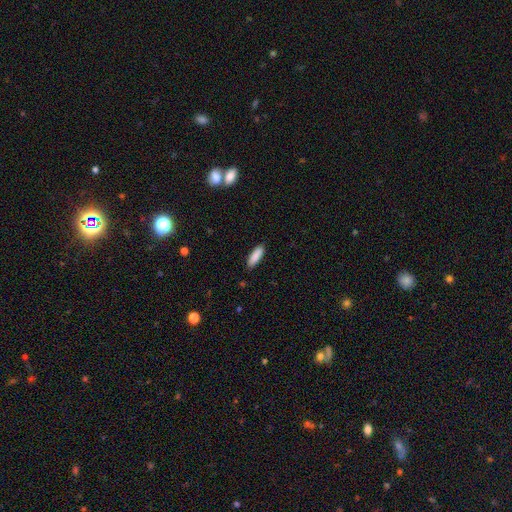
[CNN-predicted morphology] Overall: smooth (88%). How rounded: cigar-shaped (52%; in between 46%). Merging: none (88%).